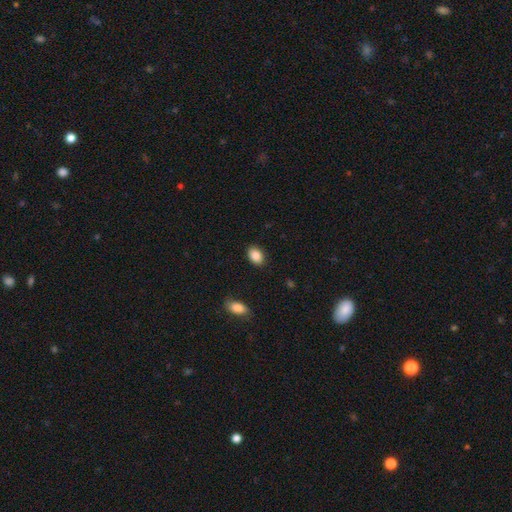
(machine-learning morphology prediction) Smooth or featured? Predicted: smooth (p=0.89). How rounded? Predicted: in between (p=0.81). Merging? Predicted: none (p=0.87).